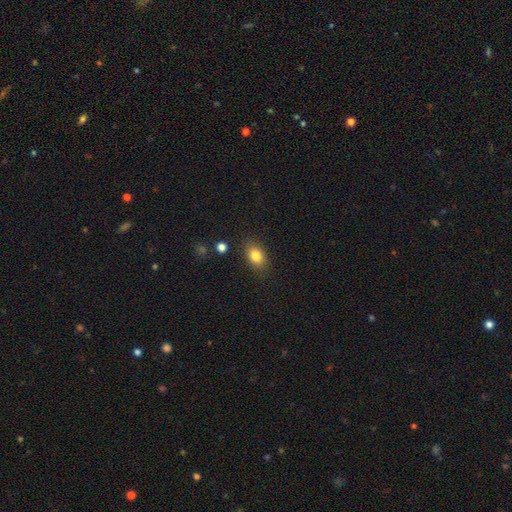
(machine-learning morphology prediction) Smooth or featured?
  - smooth: 82% *
  - star or artifact: 9%
  - featured or disk: 9%
How rounded?
  - in between: 81% *
  - round: 18%
  - cigar-shaped: 2%
Merging?
  - none: 85% *
  - minor disturbance: 11%
  - major disturbance: 3%
  - merger: 2%